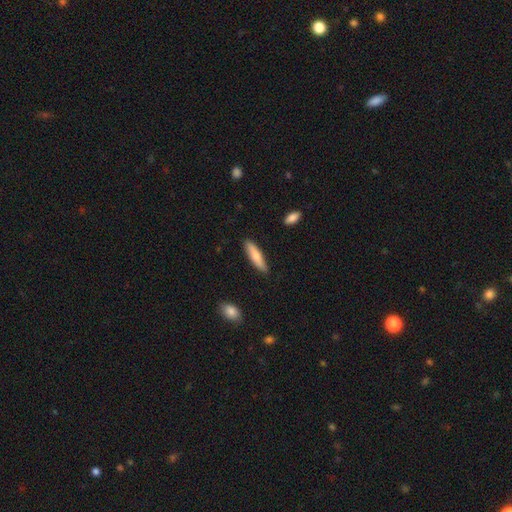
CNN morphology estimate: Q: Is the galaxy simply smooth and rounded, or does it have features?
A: smooth — 69%.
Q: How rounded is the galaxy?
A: cigar-shaped — 76%.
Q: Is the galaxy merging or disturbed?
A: none — 87%.